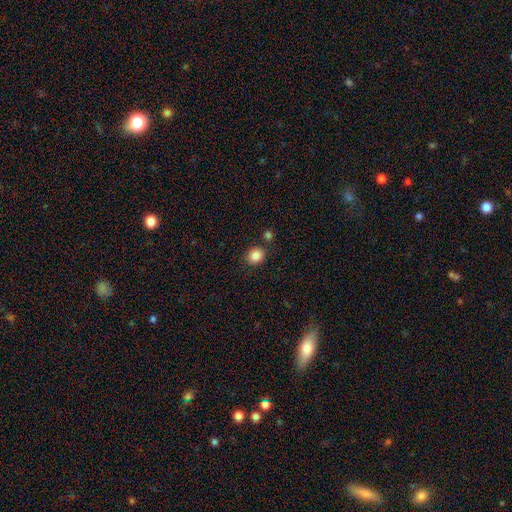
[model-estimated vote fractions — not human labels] smooth 86%, star or artifact 10%, featured or disk 4%. Down the decision tree: how rounded — round (71%); merging — none (80%).